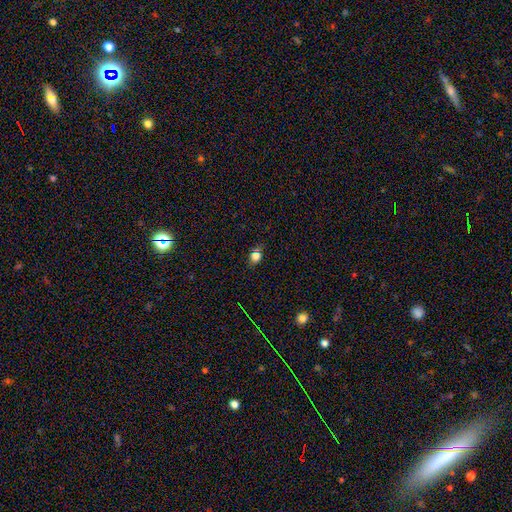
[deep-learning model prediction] smooth_or_featured: smooth (p=0.74) [alt: star or artifact p=0.18]
how_rounded: in between (p=0.64) [alt: round p=0.33]
merging: none (p=0.78) [alt: minor disturbance p=0.16]